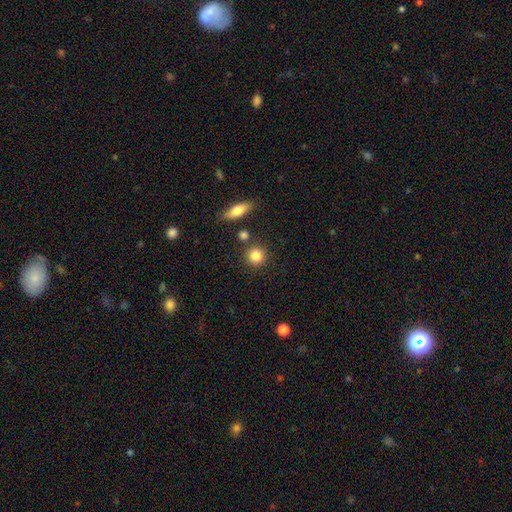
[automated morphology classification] smooth 84%, star or artifact 9%, featured or disk 7%. Down the decision tree: how rounded — round (88%); merging — none (80%).